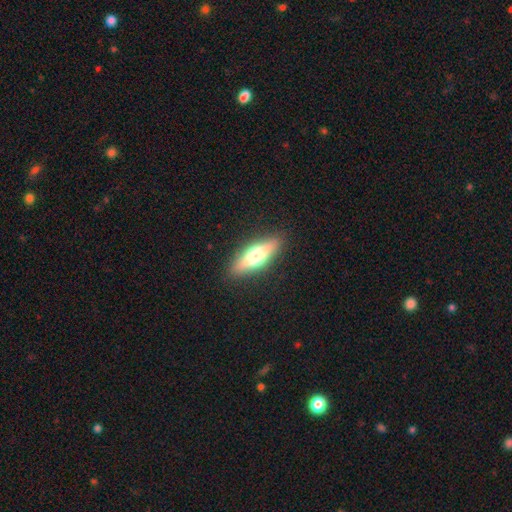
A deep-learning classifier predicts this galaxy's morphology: A smooth galaxy with no disk features (51%) that is cigar-shaped (52%). Merging: none (88%).